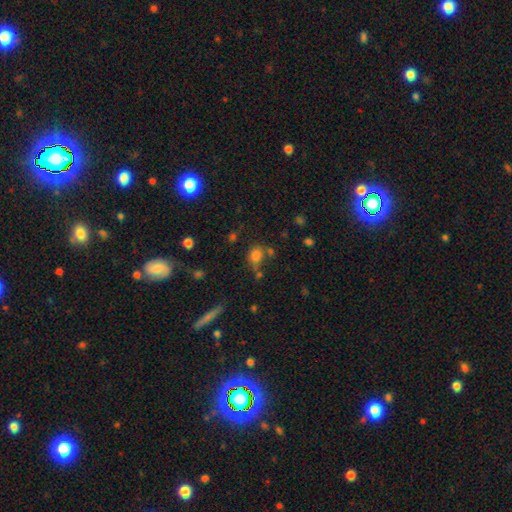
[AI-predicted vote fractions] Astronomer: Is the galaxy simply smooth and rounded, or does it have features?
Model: smooth — 77%.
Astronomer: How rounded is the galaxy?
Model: round — 62%.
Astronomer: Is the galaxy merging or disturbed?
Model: none — 60%.